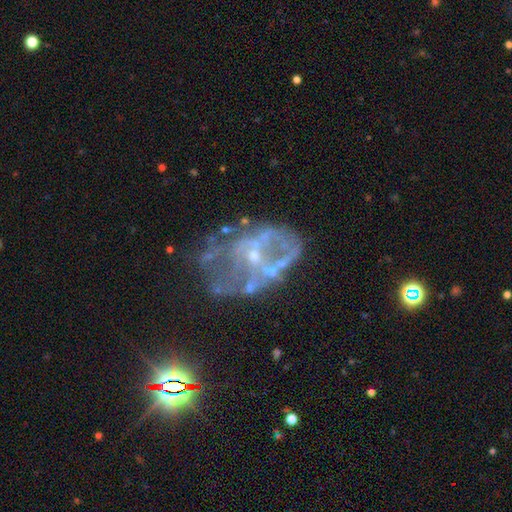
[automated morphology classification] Smooth or featured?
  - featured or disk: 76% *
  - star or artifact: 12%
  - smooth: 12%
Edge-on disk?
  - no: 97% *
  - yes: 3%
Bar?
  - no: 71% *
  - weak: 22%
  - strong: 7%
Spiral arms?
  - no: 64% *
  - yes: 36%
Bulge size?
  - small: 61% *
  - moderate: 20%
  - none: 16%
  - large: 1%
  - dominant: 1%
Merging?
  - none: 39% *
  - major disturbance: 29%
  - minor disturbance: 21%
  - merger: 10%